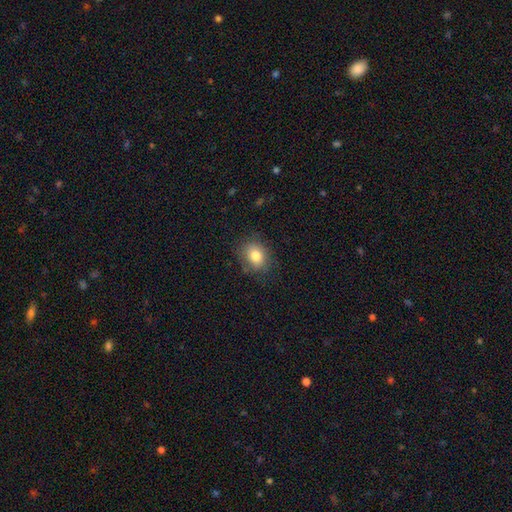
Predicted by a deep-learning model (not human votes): Smooth or featured? smooth (81%)
How rounded? in between (52%)
Merging? none (81%)